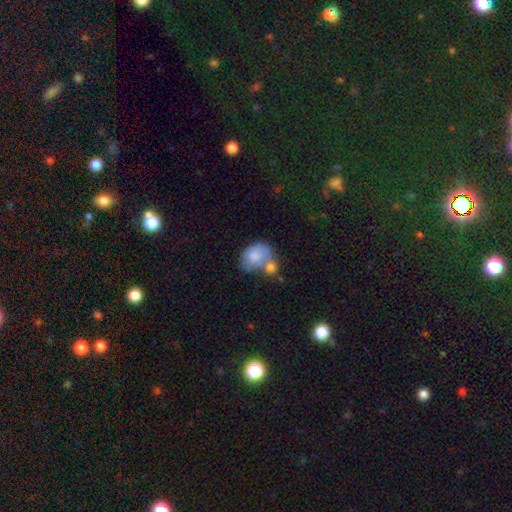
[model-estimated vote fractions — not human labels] A smooth galaxy with no disk features (74%) that is in between round and cigar-shaped (64%). Merging: merger (52%).